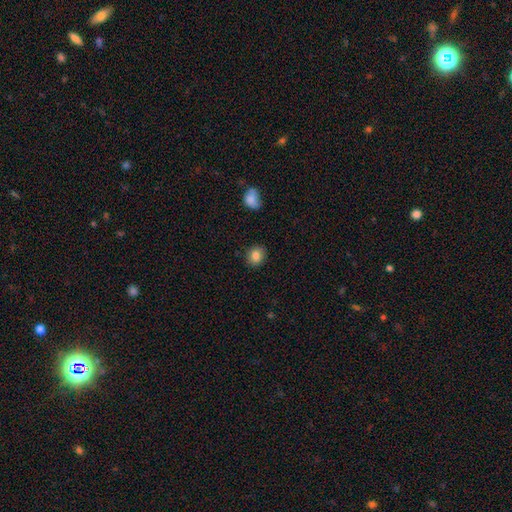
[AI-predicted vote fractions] Smooth or featured?
  - smooth: 84% *
  - star or artifact: 10%
  - featured or disk: 7%
How rounded?
  - round: 65% *
  - in between: 34%
  - cigar-shaped: 1%
Merging?
  - none: 88% *
  - minor disturbance: 8%
  - major disturbance: 2%
  - merger: 1%